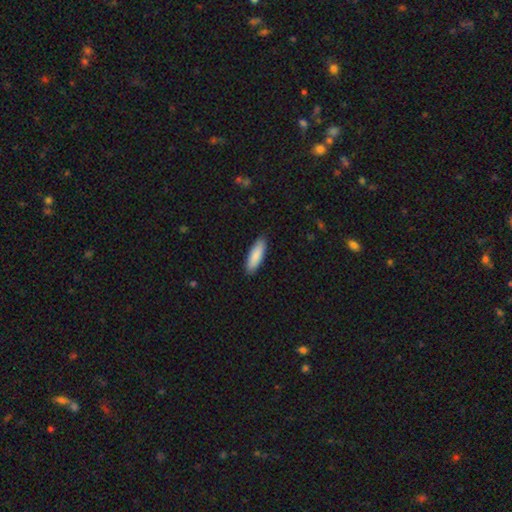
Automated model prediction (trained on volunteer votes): Morphology: type=smooth (88%); roundness=in between (49%, tied with cigar-shaped); merging=none (89%).